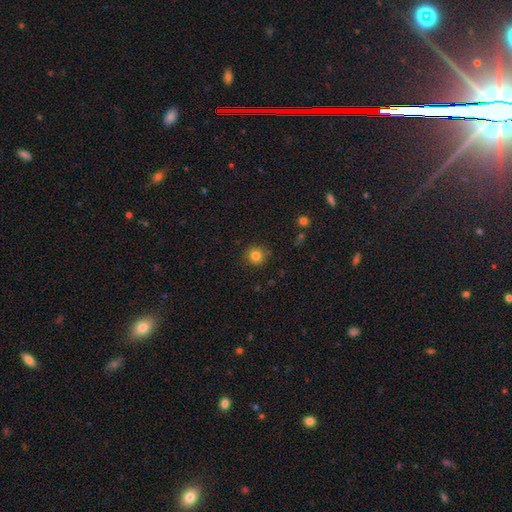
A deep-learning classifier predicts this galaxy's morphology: Smooth or featured? Predicted: smooth (p=0.82). How rounded? Predicted: round (p=0.92). Merging? Predicted: none (p=0.85).